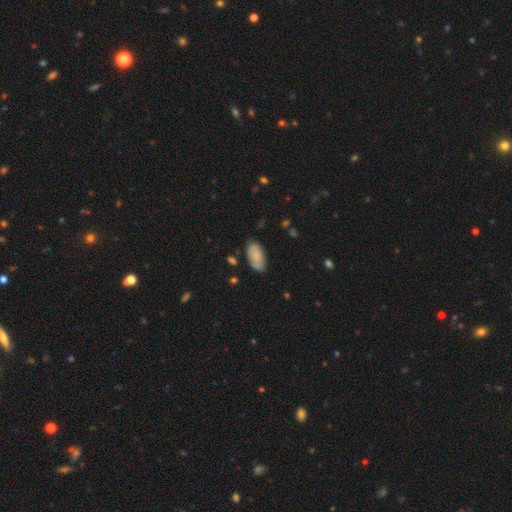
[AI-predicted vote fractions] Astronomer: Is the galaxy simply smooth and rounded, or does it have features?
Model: smooth — 79%.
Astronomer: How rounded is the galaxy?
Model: in between — 93%.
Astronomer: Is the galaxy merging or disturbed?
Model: none — 70%.